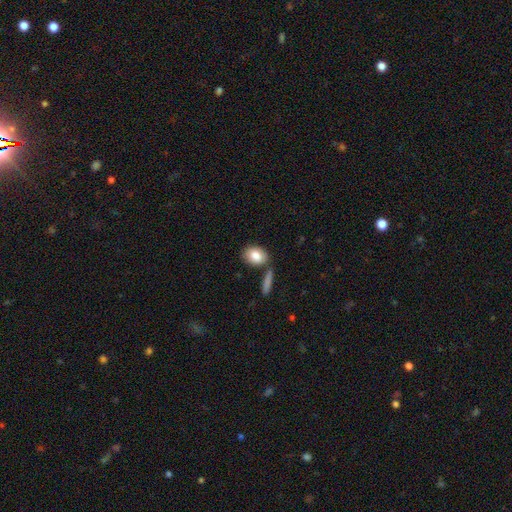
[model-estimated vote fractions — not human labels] This is clearly a smooth galaxy (84%). How rounded: likely in between (76%). Merging: likely none (68%).